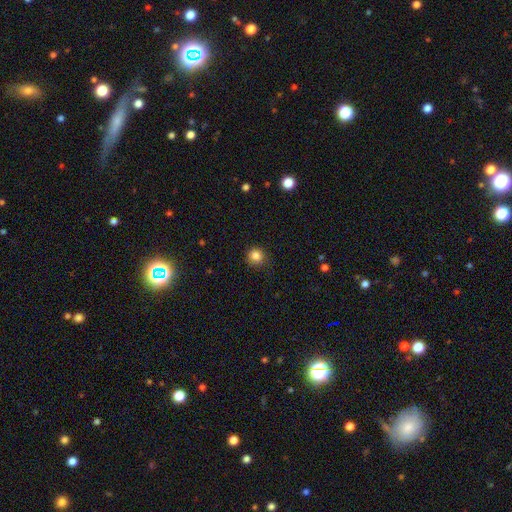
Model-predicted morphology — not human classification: This is clearly a smooth galaxy (85%). How rounded: clearly round (91%). Merging: clearly none (84%).